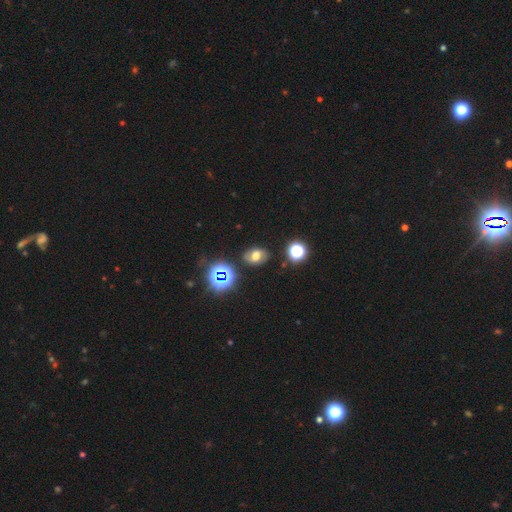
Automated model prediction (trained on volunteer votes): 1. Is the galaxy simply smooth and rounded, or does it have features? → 48% smooth, 30% featured or disk, 22% star or artifact.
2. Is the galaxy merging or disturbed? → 80% none, 13% minor disturbance, 4% major disturbance, 3% merger.